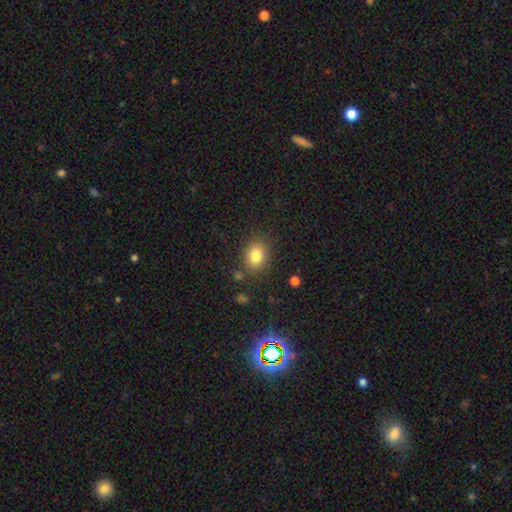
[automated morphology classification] Smooth or featured: smooth — 81% (star or artifact — 11%)
How rounded: round — 53% (in between — 46%)
Merging: none — 83% (minor disturbance — 11%)